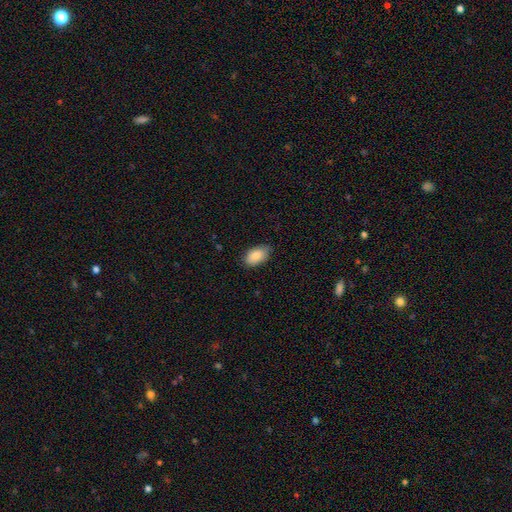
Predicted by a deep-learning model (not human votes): This appears to be a smooth galaxy with no disk features (88%) that is in between round and cigar-shaped (93%). Merging: none (79%).